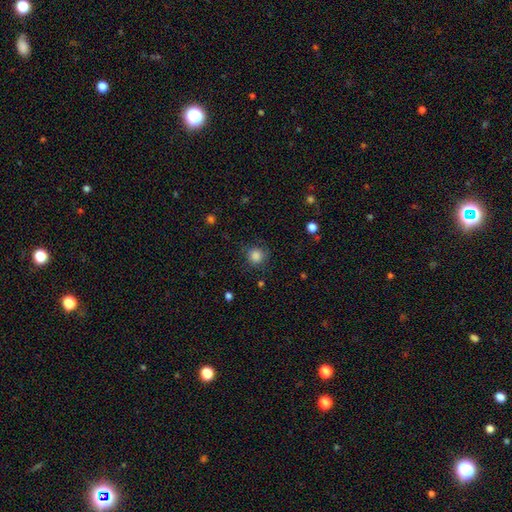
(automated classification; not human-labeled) Smooth or featured? Predicted: smooth (p=0.85). How rounded? Predicted: round (p=0.90). Merging? Predicted: none (p=0.78).